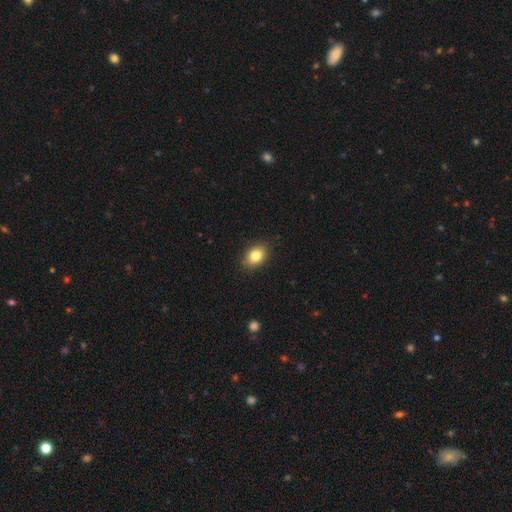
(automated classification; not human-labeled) Smooth or featured? smooth (83%)
How rounded? in between (74%)
Merging? none (87%)